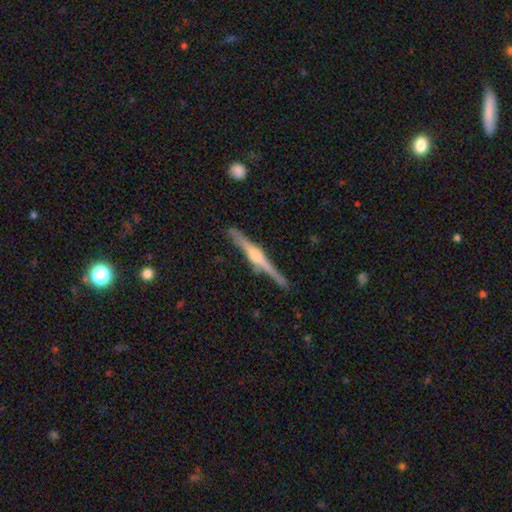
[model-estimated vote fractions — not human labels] Smooth or featured: featured or disk — 81% (smooth — 13%)
Edge-on disk: yes — 98% (no — 2%)
Edge-on bulge: rounded — 83% (boxy — 12%)
Merging: none — 88% (minor disturbance — 9%)